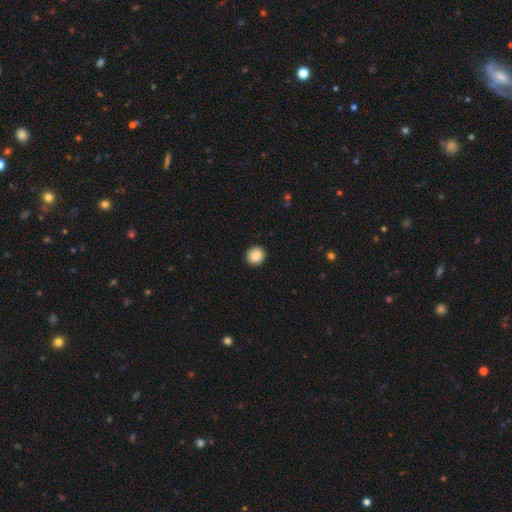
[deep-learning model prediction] smooth_or_featured: smooth (p=0.89) [alt: star or artifact p=0.08]
how_rounded: round (p=0.90) [alt: in between p=0.09]
merging: none (p=0.92) [alt: minor disturbance p=0.06]